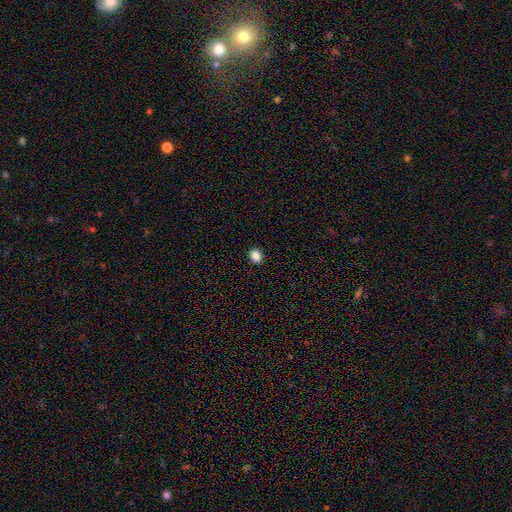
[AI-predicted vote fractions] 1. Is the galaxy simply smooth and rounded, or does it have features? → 86% smooth, 11% star or artifact, 3% featured or disk.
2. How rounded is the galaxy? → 65% round, 34% in between, 1% cigar-shaped.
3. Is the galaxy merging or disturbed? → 92% none, 6% minor disturbance, 2% major disturbance, 1% merger.